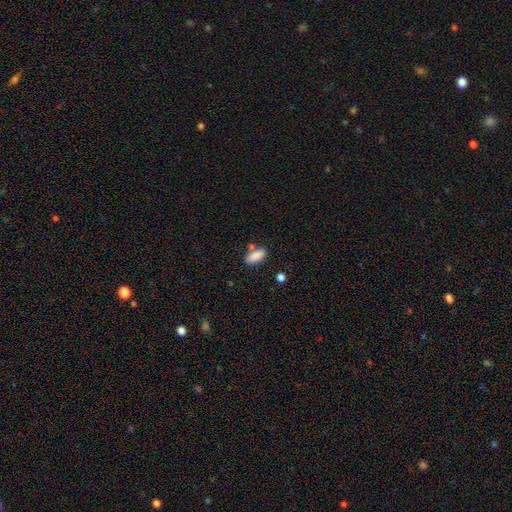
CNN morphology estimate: Q: Smooth or featured?
A: smooth (87%); runner-up: star or artifact (7%)
Q: How rounded?
A: in between (84%); runner-up: cigar-shaped (14%)
Q: Merging?
A: none (68%); runner-up: minor disturbance (15%)